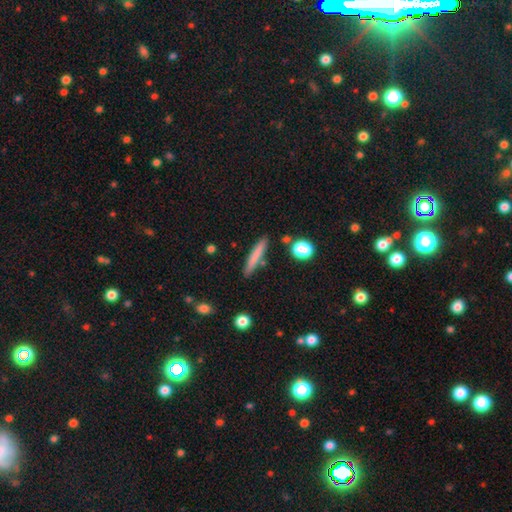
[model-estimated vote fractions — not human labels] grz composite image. It shows a smooth galaxy with no disk features (73%) that is cigar-shaped (93%). Merging: none (85%).